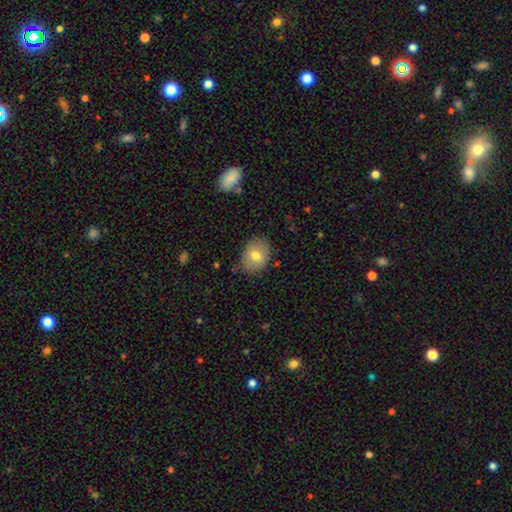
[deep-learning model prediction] smooth_or_featured: smooth (p=0.72) [alt: featured or disk p=0.19]
how_rounded: in between (p=0.55) [alt: round p=0.44]
merging: none (p=0.77) [alt: minor disturbance p=0.18]